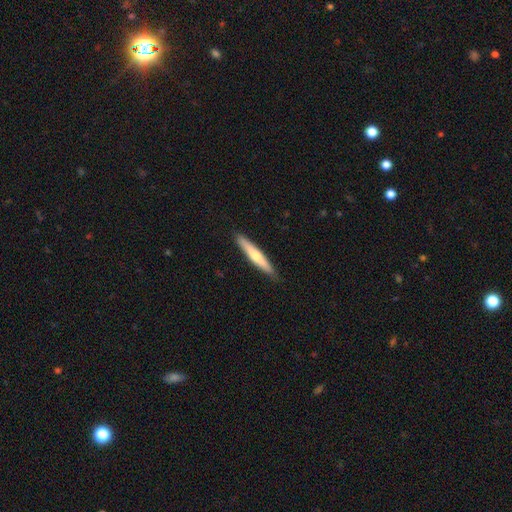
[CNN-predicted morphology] smooth 54%, featured or disk 41%, star or artifact 5%. Down the decision tree: how rounded — cigar-shaped (93%); merging — none (90%).